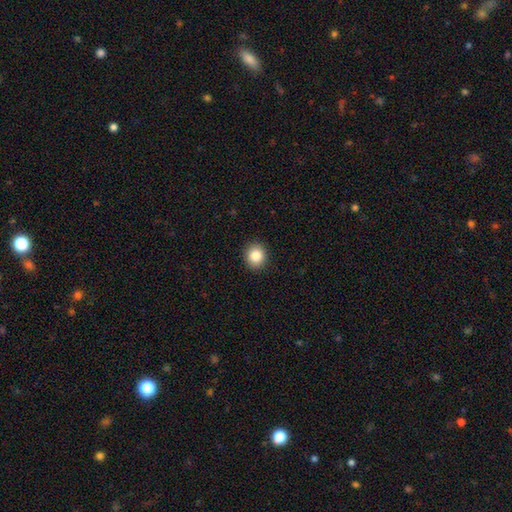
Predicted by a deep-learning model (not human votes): A smooth galaxy with no disk features (86%) that is round (82%).

Vote fractions:
- Smooth or featured? smooth: 86% / star or artifact: 9% / featured or disk: 5%
- How rounded? round: 82% / in between: 17% / cigar-shaped: 1%
- Merging? none: 91% / minor disturbance: 6% / major disturbance: 2% / merger: 1%